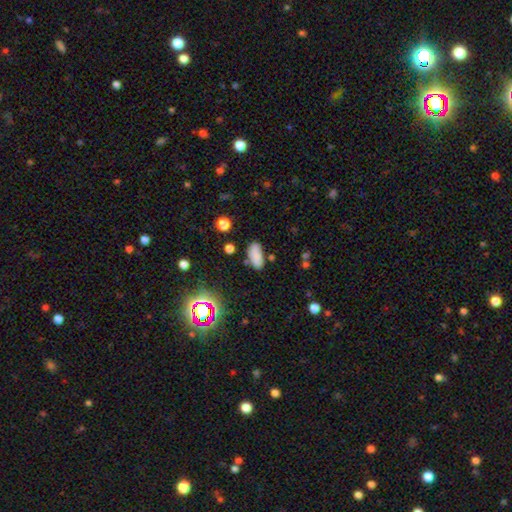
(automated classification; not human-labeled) Smooth or featured?
  - smooth: 80% *
  - star or artifact: 13%
  - featured or disk: 7%
How rounded?
  - in between: 86% *
  - cigar-shaped: 11%
  - round: 3%
Merging?
  - none: 73% *
  - minor disturbance: 17%
  - merger: 6%
  - major disturbance: 5%